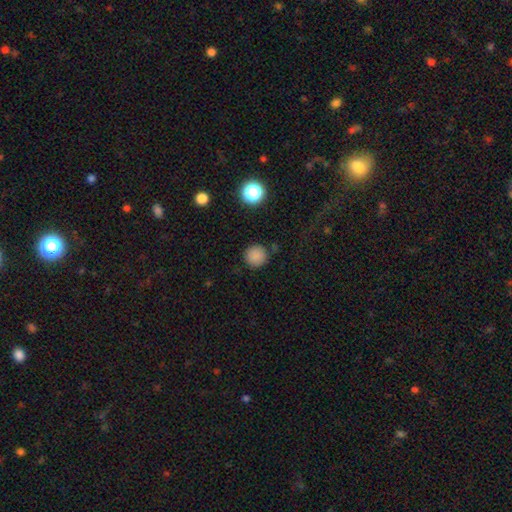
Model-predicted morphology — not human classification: Smooth or featured?
  - smooth: 84% *
  - star or artifact: 13%
  - featured or disk: 4%
How rounded?
  - round: 95% *
  - in between: 4%
  - cigar-shaped: 1%
Merging?
  - none: 86% *
  - minor disturbance: 8%
  - major disturbance: 3%
  - merger: 2%